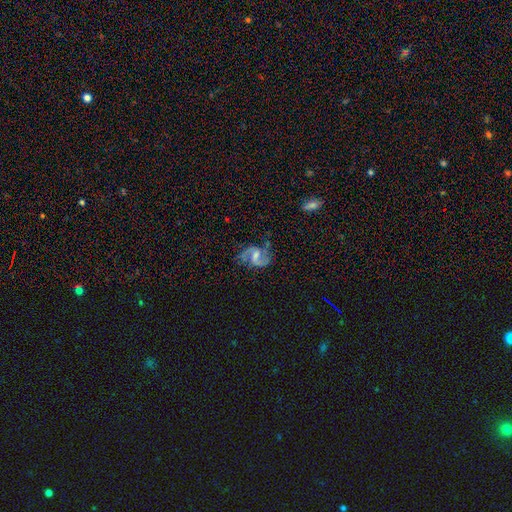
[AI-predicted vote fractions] Morphology: type=featured or disk (88%); edge-on=no (98%); bar=weak (57%); spiral arms=yes (97%); winding=medium (50%); arm count=2 (92%); bulge=small (40%, tied with moderate); merging=none (71%).